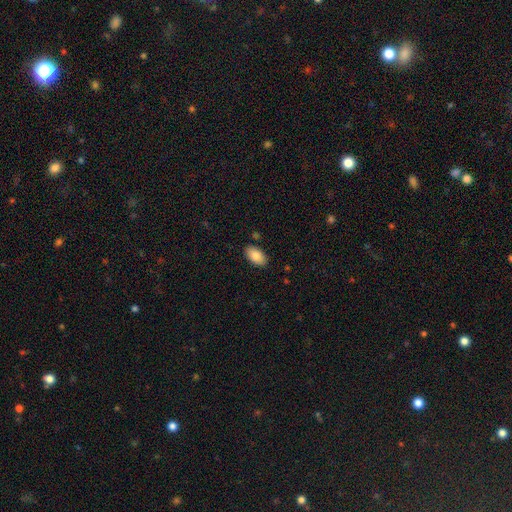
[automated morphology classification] Overall: smooth (86%). How rounded: in between (95%). Merging: none (87%).